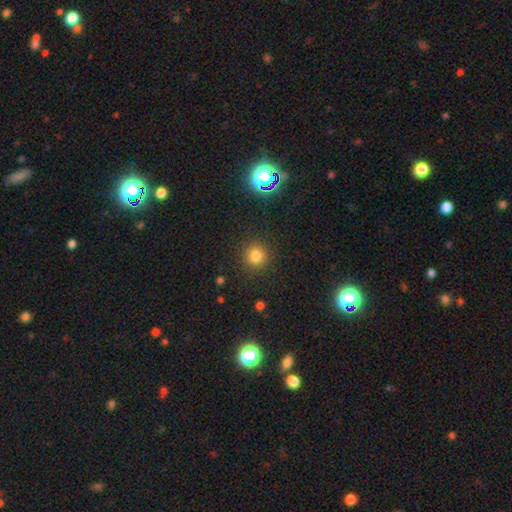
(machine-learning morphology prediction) This is likely a smooth galaxy (78%). How rounded: clearly round (92%). Merging: clearly none (89%).